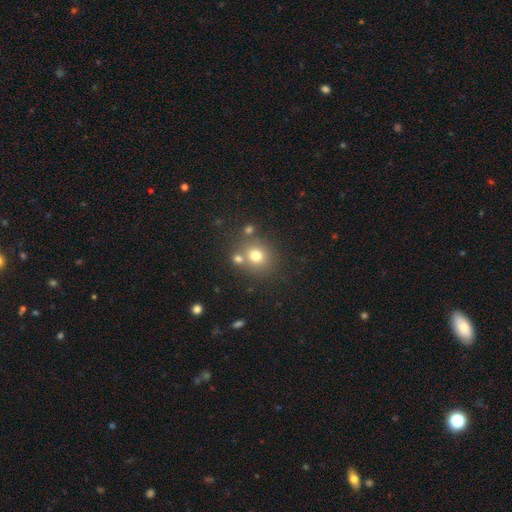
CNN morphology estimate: This is likely a smooth galaxy (72%). How rounded: likely round (79%). Merging: likely none (68%).